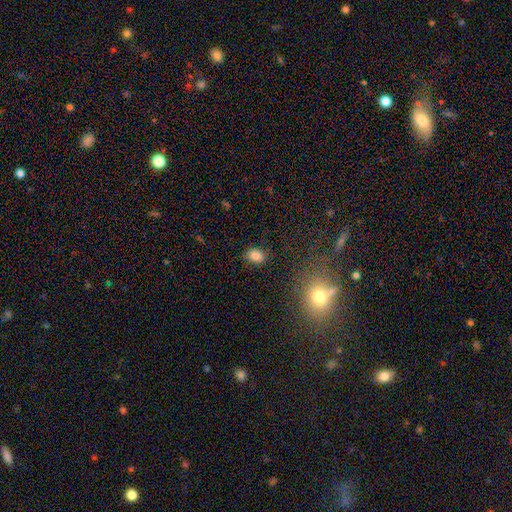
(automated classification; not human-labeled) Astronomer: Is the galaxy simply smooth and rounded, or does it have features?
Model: smooth — 82%.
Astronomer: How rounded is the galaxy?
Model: in between — 69%.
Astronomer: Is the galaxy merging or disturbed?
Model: none — 85%.